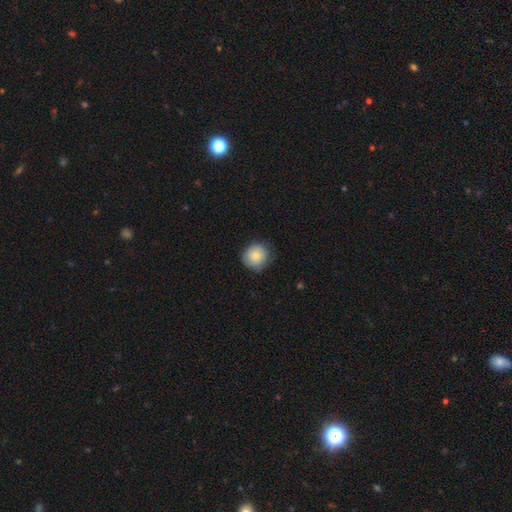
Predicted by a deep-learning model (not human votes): Overall: smooth (77%). How rounded: round (90%). Merging: none (77%).